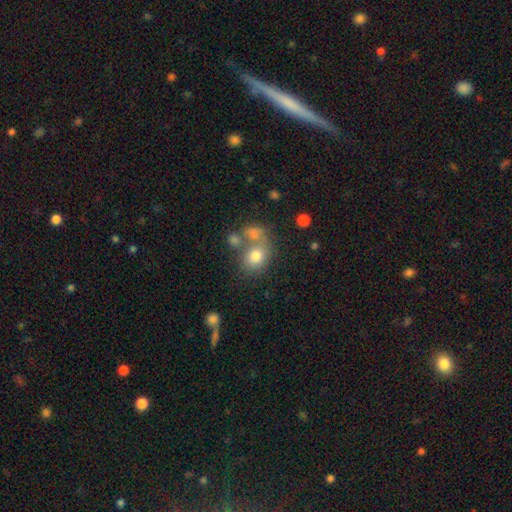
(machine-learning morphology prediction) smooth_or_featured: smooth (p=0.75) [alt: featured or disk p=0.13]
how_rounded: round (p=0.63) [alt: in between p=0.36]
merging: none (p=0.48) [alt: merger p=0.30]